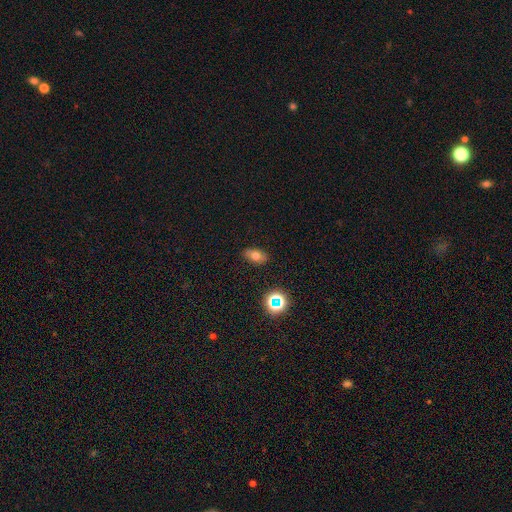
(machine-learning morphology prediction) This appears to be a smooth galaxy with no disk features (65%) that is in between round and cigar-shaped (86%). Merging: none (83%).